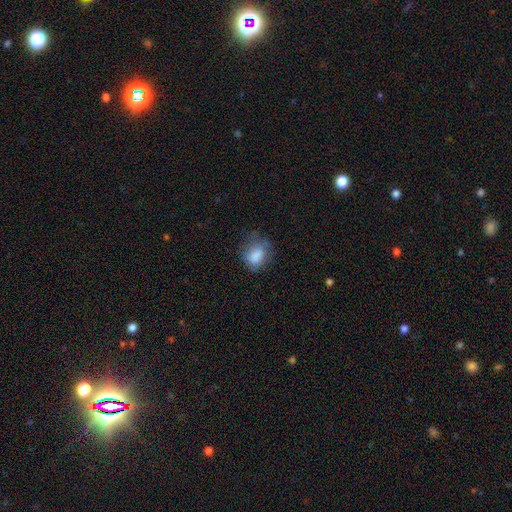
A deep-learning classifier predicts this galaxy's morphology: Overall: smooth (81%). How rounded: in between (54%; round 45%). Merging: none (55%; minor disturbance 29%).